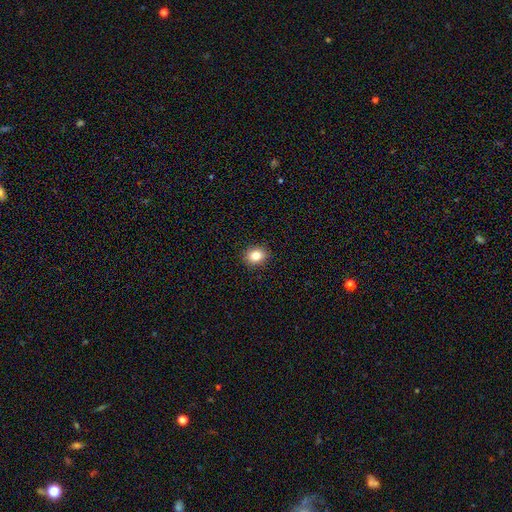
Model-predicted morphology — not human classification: A smooth galaxy with no disk features (82%) that is round (60%). Merging: none (91%).